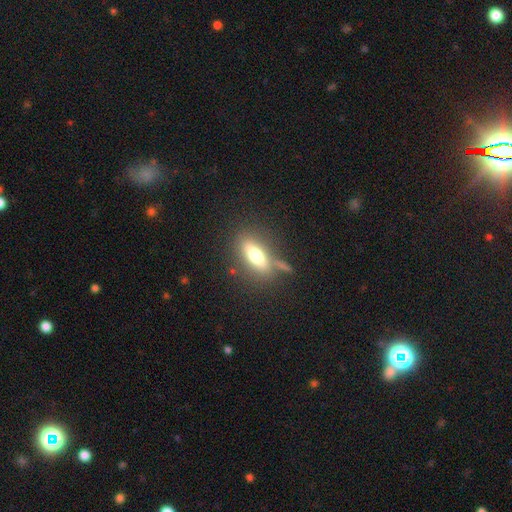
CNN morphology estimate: Smooth or featured: smooth — 64% (featured or disk — 27%)
How rounded: in between — 70% (cigar-shaped — 25%)
Merging: none — 67% (minor disturbance — 15%)